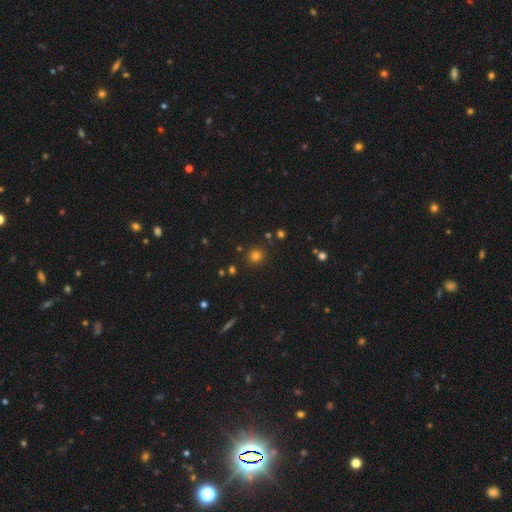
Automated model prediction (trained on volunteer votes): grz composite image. It shows a smooth galaxy with no disk features (76%) that is round (87%). Merging: none (86%).